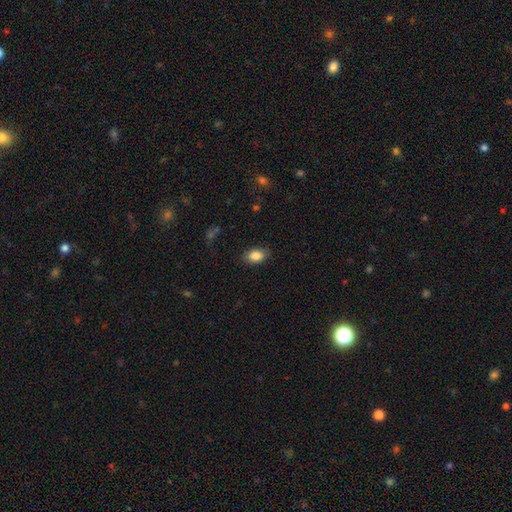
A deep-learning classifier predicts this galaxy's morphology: smooth-or-featured: smooth: 86% | star or artifact: 8% | featured or disk: 6%
  how-rounded: in between: 88% | round: 10% | cigar-shaped: 2%
  merging: none: 84% | minor disturbance: 12% | major disturbance: 3% | merger: 1%